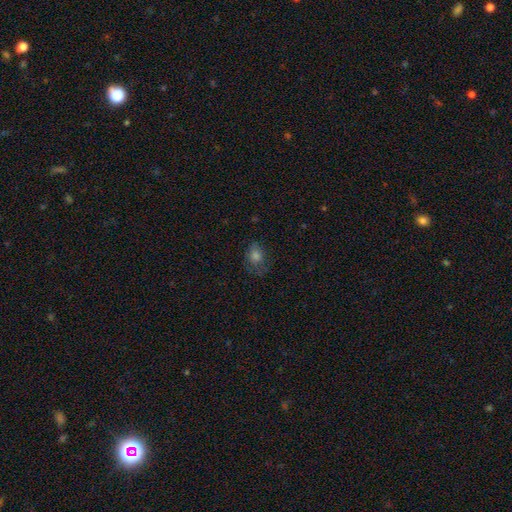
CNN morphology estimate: Overall: smooth (64%). How rounded: in between (50%; round 49%). Merging: none (60%; minor disturbance 23%).